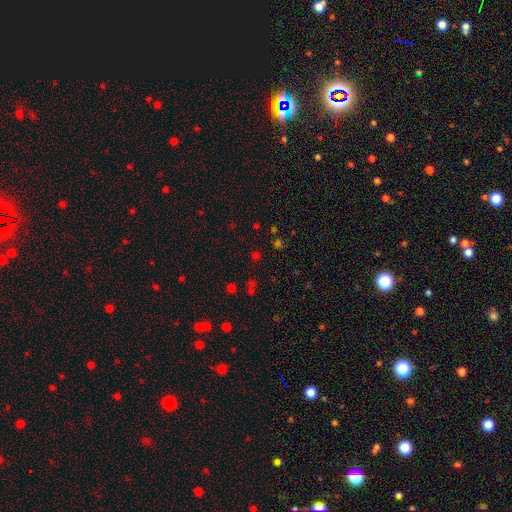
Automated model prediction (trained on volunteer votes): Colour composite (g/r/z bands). It shows a smooth galaxy with no disk features (47%). Merging: none (76%).